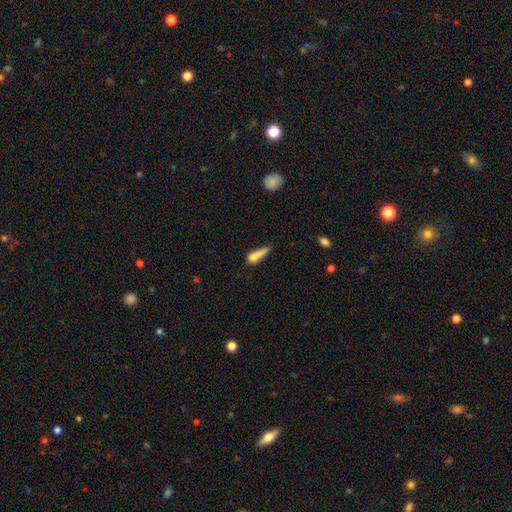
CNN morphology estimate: This appears to be a smooth galaxy with no disk features (72%) that is cigar-shaped (62%). Merging: none (34%).